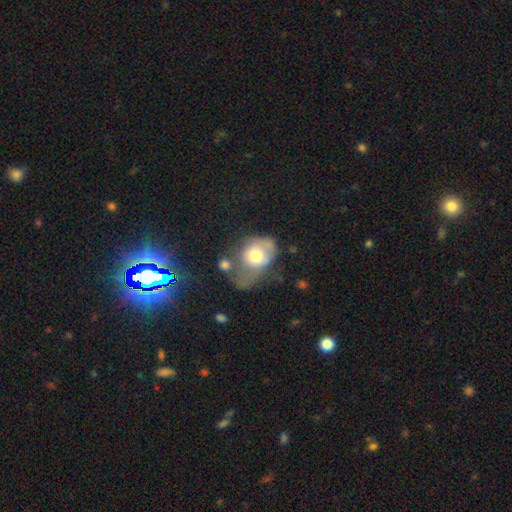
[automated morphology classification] A smooth galaxy with no disk features (62%) that is in between round and cigar-shaped (62%).

Vote fractions:
- Smooth or featured? smooth: 62% / featured or disk: 30% / star or artifact: 8%
- How rounded? in between: 62% / round: 37% / cigar-shaped: 1%
- Merging? major disturbance: 41% / minor disturbance: 23% / merger: 19% / none: 17%